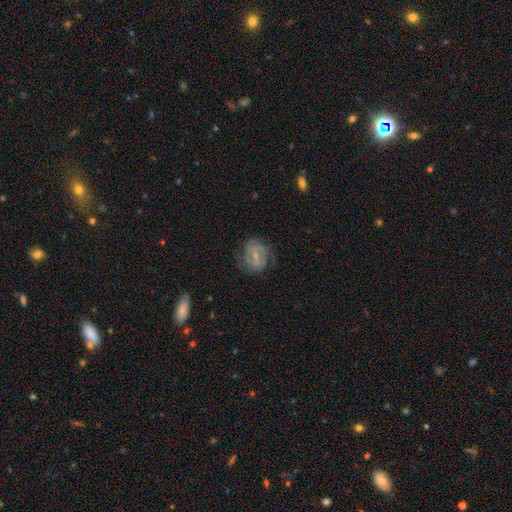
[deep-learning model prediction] Smooth or featured?
  - featured or disk: 73% *
  - smooth: 19%
  - star or artifact: 7%
Edge-on disk?
  - no: 97% *
  - yes: 3%
Bar?
  - weak: 49% *
  - strong: 32%
  - no: 19%
Spiral arms?
  - yes: 87% *
  - no: 13%
Spiral winding?
  - tight: 51% *
  - medium: 38%
  - loose: 11%
Spiral arm count?
  - 2: 64% *
  - can't tell: 20%
  - 3: 7%
  - 1: 4%
  - 4: 2%
  - more than 4: 2%
Bulge size?
  - small: 61% *
  - moderate: 29%
  - none: 8%
  - large: 2%
  - dominant: 1%
Merging?
  - none: 73% *
  - minor disturbance: 17%
  - major disturbance: 8%
  - merger: 1%